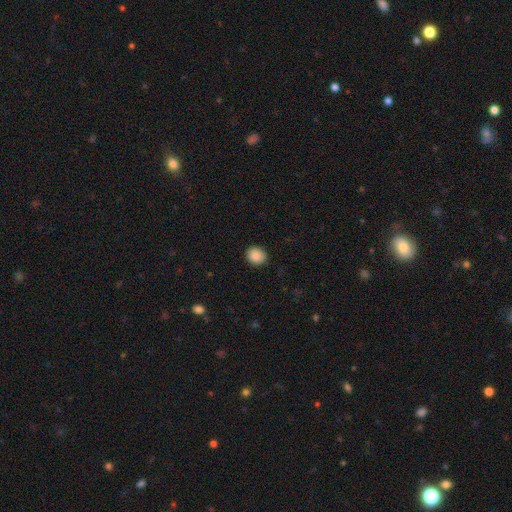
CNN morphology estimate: smooth 89%, star or artifact 8%, featured or disk 3%. Down the decision tree: how rounded — round (67%); merging — none (90%).